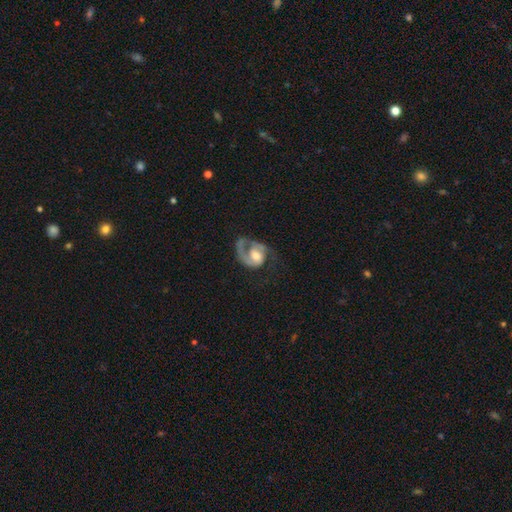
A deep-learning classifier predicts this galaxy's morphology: Smooth or featured? Predicted: featured or disk (p=0.80). Edge-on disk? Predicted: no (p=0.98). Bar? Predicted: no (p=0.53). Spiral arms? Predicted: yes (p=0.93). Spiral winding? Predicted: medium (p=0.47). Spiral arm count? Predicted: 1 (p=0.46, tied with 2). Bulge size? Predicted: moderate (p=0.57). Merging? Predicted: none (p=0.44).